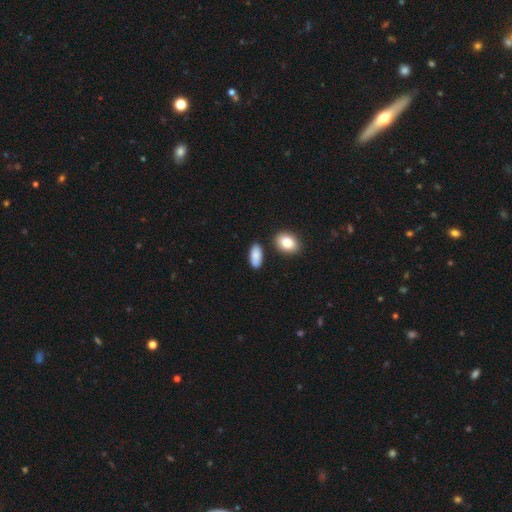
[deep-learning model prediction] Q: Smooth or featured?
A: smooth (88%); runner-up: star or artifact (7%)
Q: How rounded?
A: in between (91%); runner-up: cigar-shaped (6%)
Q: Merging?
A: none (78%); runner-up: minor disturbance (13%)